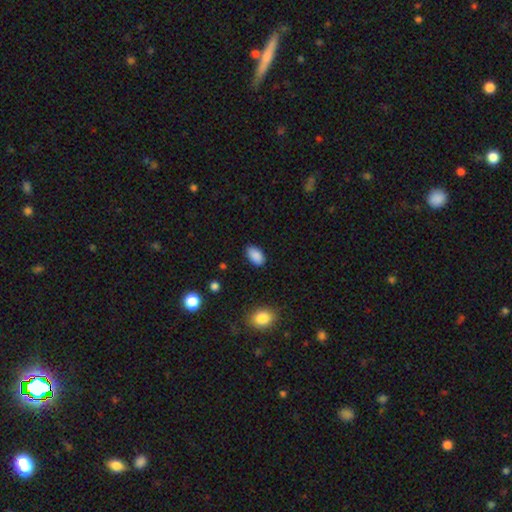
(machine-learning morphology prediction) The model was most divided on "merging": none: 86%, minor disturbance: 10%, major disturbance: 2%, merger: 1%. More confident: how rounded — in between (93%); smooth or featured — smooth (89%).